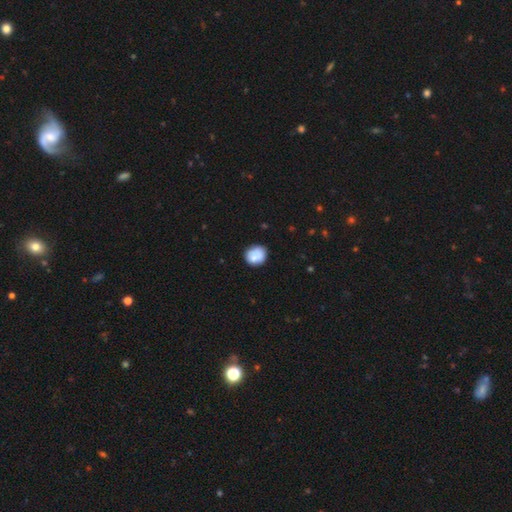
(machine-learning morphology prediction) Q: Smooth or featured?
A: smooth (81%); runner-up: featured or disk (11%)
Q: How rounded?
A: round (72%); runner-up: in between (27%)
Q: Merging?
A: none (70%); runner-up: minor disturbance (19%)